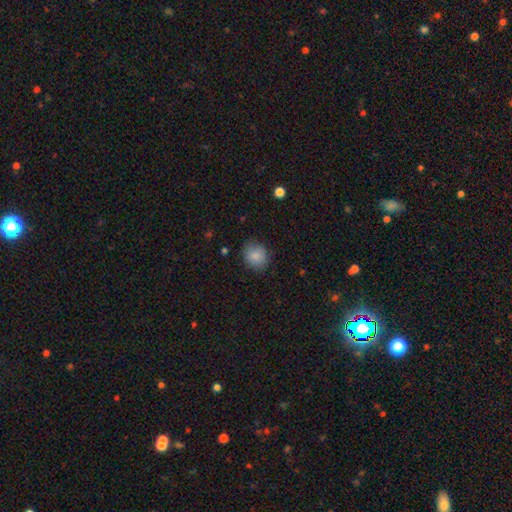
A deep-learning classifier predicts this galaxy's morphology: smooth-or-featured: smooth: 87% | star or artifact: 8% | featured or disk: 5%
  how-rounded: round: 74% | in between: 25% | cigar-shaped: 1%
  merging: none: 82% | minor disturbance: 13% | major disturbance: 3% | merger: 1%